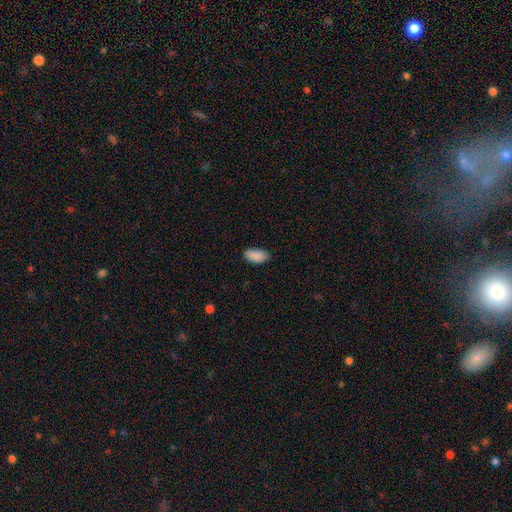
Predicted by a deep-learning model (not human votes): The model was most divided on "merging": none: 81%, minor disturbance: 16%, major disturbance: 3%, merger: 1%. More confident: how rounded — in between (93%); smooth or featured — smooth (89%).